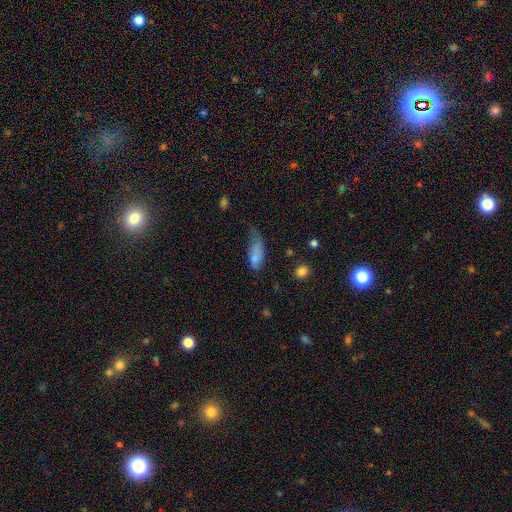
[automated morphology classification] Smooth or featured: smooth — 73% (featured or disk — 18%)
How rounded: in between — 79% (cigar-shaped — 18%)
Merging: major disturbance — 38% (minor disturbance — 34%)